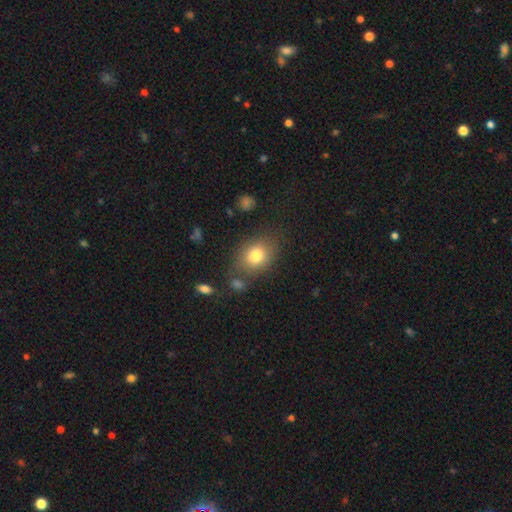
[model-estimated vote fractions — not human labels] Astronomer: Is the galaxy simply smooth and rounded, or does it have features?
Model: smooth — 79%.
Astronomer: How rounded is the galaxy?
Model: in between — 59% (runner-up: round, 39%).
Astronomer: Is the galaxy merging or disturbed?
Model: none — 73%.